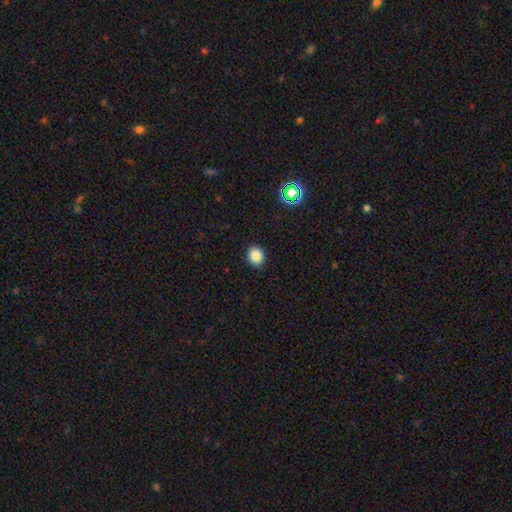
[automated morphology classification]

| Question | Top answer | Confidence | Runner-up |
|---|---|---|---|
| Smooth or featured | smooth | 85% | star or artifact (11%) |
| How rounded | round | 68% | in between (31%) |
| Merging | none | 91% | minor disturbance (6%) |